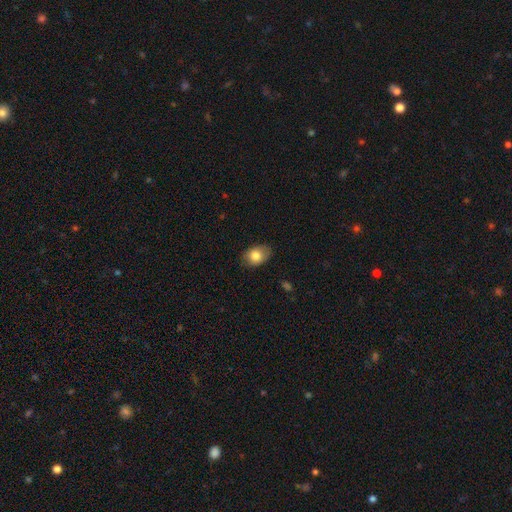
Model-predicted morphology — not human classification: The model was most divided on "how rounded": in between: 77%, round: 22%, cigar-shaped: 1%. More confident: smooth or featured — smooth (82%); merging — none (80%).